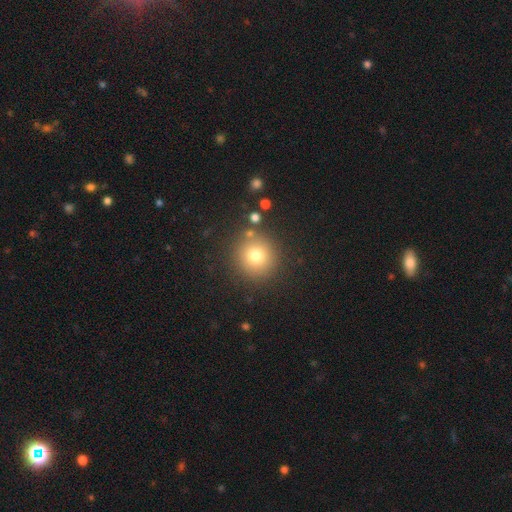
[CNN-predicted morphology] Smooth or featured: smooth — 75% (star or artifact — 14%)
How rounded: round — 94% (in between — 5%)
Merging: none — 86% (minor disturbance — 7%)